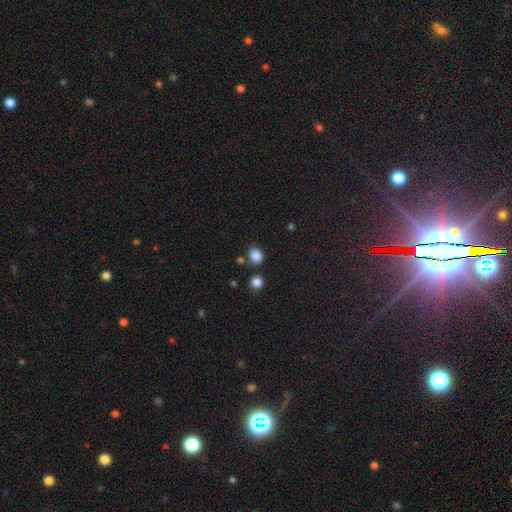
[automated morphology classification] The model was most divided on "how rounded": round: 60%, in between: 39%, cigar-shaped: 1%. More confident: smooth or featured — smooth (85%); merging — none (75%).